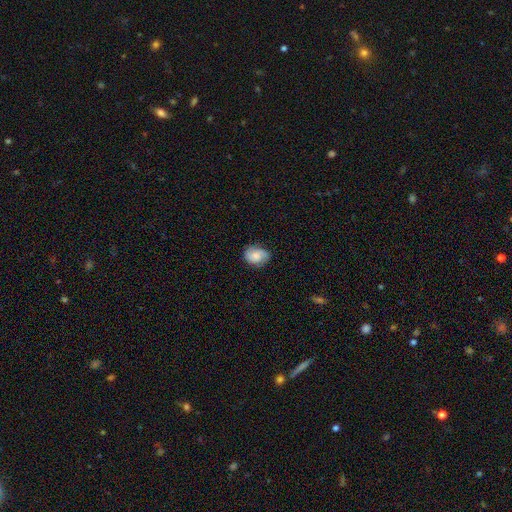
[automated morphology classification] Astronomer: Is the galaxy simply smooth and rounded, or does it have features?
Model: smooth — 53% (runner-up: featured or disk, 39%).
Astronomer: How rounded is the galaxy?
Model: in between — 57% (runner-up: round, 42%).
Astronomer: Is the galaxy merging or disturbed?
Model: none — 69%.